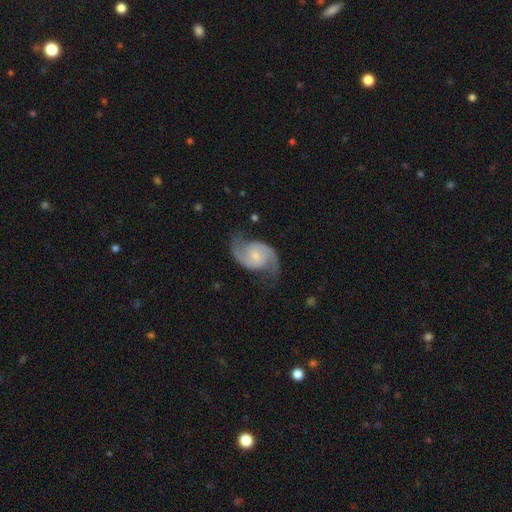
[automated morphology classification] This appears to be a featured or disk galaxy (90%) with no bar (48%), 2 (94%) medium (53%) spiral arms (98%) and a small central bulge (62%). Merging: none (76%).